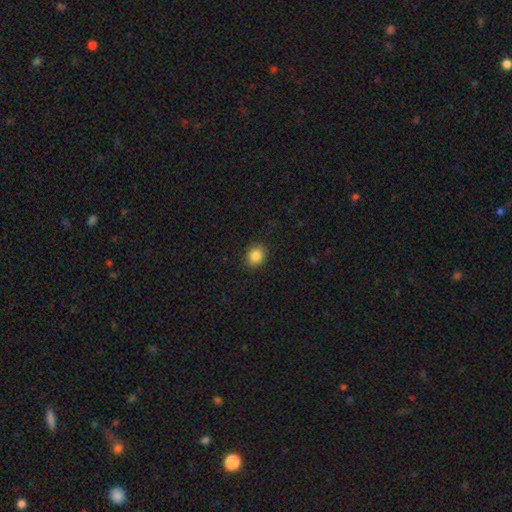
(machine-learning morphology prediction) smooth 86%, star or artifact 10%, featured or disk 4%. Down the decision tree: how rounded — round (70%); merging — none (89%).